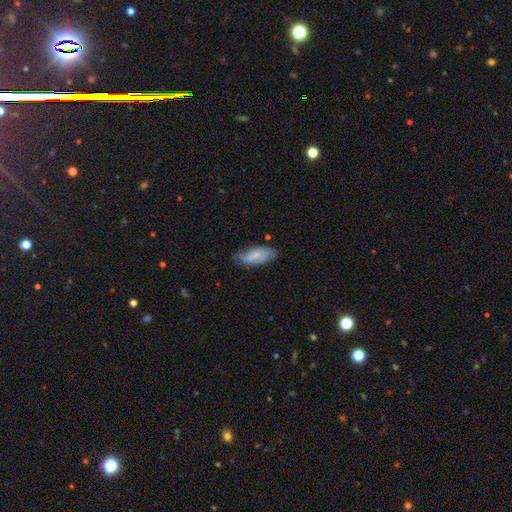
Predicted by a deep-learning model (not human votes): The model was most divided on "smooth or featured": smooth: 56%, featured or disk: 37%, star or artifact: 7%. More confident: how rounded — in between (85%); merging — none (57%).